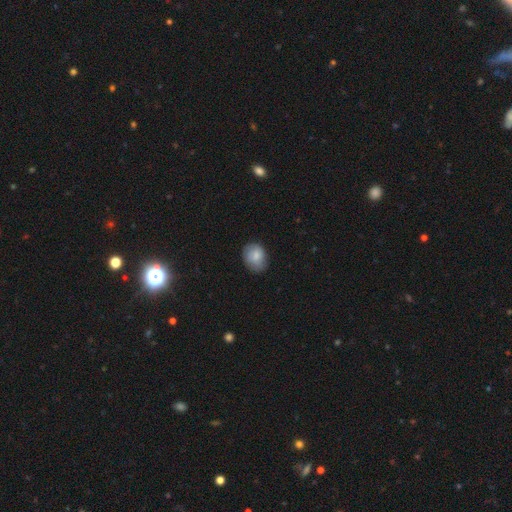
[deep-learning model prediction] Smooth or featured? Predicted: smooth (p=0.79). How rounded? Predicted: in between (p=0.57). Merging? Predicted: none (p=0.73).